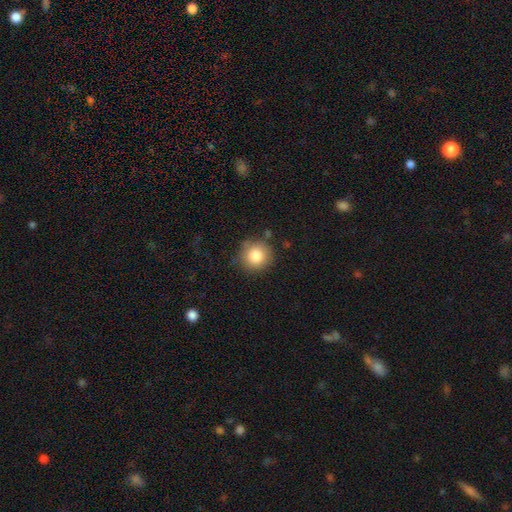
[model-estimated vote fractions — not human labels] smooth 83%, star or artifact 10%, featured or disk 8%. Down the decision tree: how rounded — round (93%); merging — none (81%).